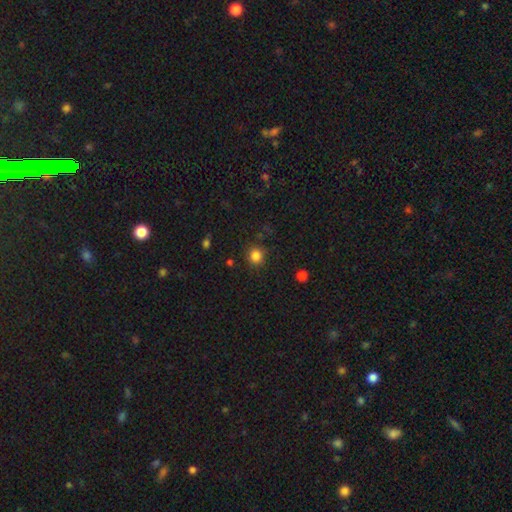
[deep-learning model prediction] Smooth or featured?
  - smooth: 83% *
  - star or artifact: 13%
  - featured or disk: 4%
How rounded?
  - round: 92% *
  - in between: 7%
  - cigar-shaped: 1%
Merging?
  - none: 87% *
  - minor disturbance: 8%
  - major disturbance: 3%
  - merger: 2%